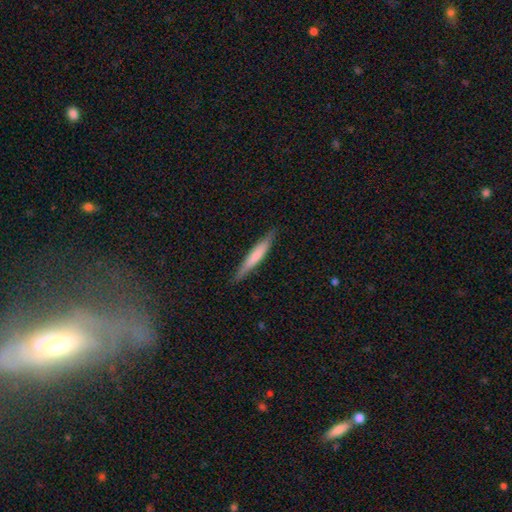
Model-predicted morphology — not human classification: A smooth galaxy with no disk features (61%) that is cigar-shaped (94%).

Vote fractions:
- Smooth or featured? smooth: 61% / featured or disk: 33% / star or artifact: 6%
- How rounded? cigar-shaped: 94% / in between: 4% / round: 1%
- Merging? none: 87% / minor disturbance: 10% / major disturbance: 2% / merger: 1%